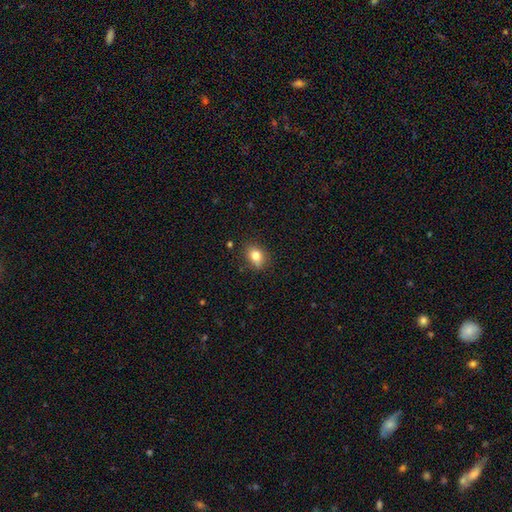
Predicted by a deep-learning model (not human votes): A smooth galaxy with no disk features (81%) that is in between round and cigar-shaped (71%). Merging: none (81%).